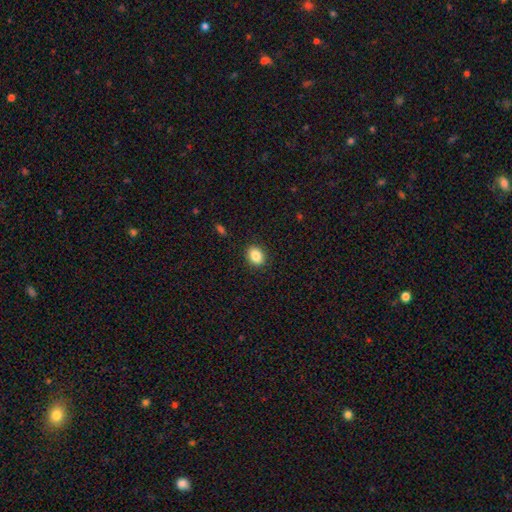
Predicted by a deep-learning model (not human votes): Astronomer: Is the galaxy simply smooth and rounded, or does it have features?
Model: smooth — 86%.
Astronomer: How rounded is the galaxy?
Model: in between — 58% (runner-up: round, 40%).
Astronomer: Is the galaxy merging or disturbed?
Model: none — 90%.